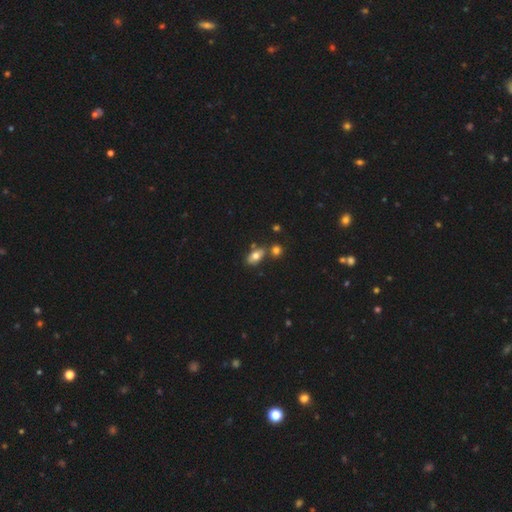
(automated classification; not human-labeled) Overall: smooth (73%). How rounded: in between (86%). Merging: none (64%).